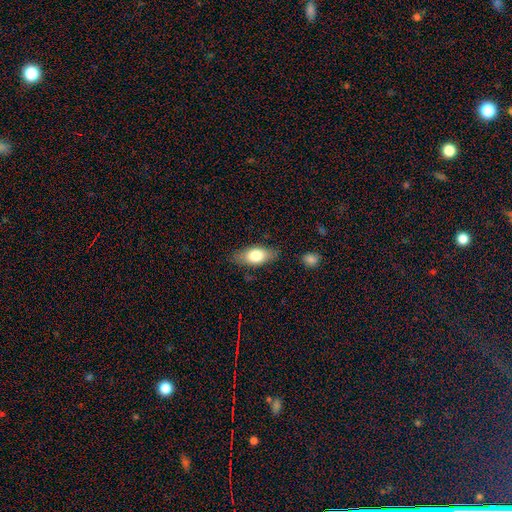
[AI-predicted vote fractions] Smooth or featured?
  - smooth: 74% *
  - featured or disk: 20%
  - star or artifact: 7%
How rounded?
  - in between: 85% *
  - cigar-shaped: 10%
  - round: 5%
Merging?
  - none: 78% *
  - minor disturbance: 16%
  - major disturbance: 4%
  - merger: 2%